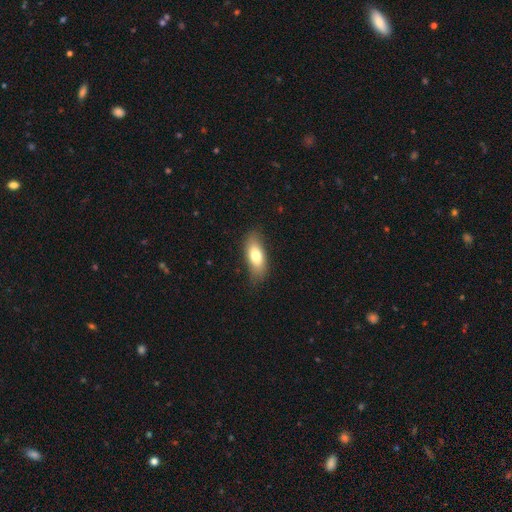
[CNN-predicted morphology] Smooth or featured?
  - smooth: 75% *
  - featured or disk: 18%
  - star or artifact: 7%
How rounded?
  - in between: 81% *
  - cigar-shaped: 16%
  - round: 4%
Merging?
  - none: 80% *
  - minor disturbance: 15%
  - major disturbance: 3%
  - merger: 1%